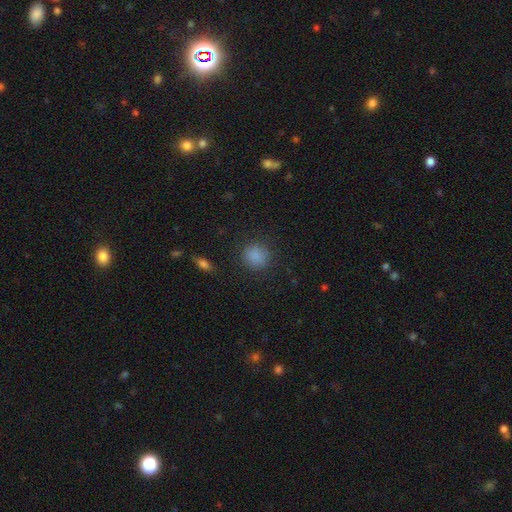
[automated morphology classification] This appears to be a smooth galaxy with no disk features (85%) that is round (87%). Merging: none (85%).